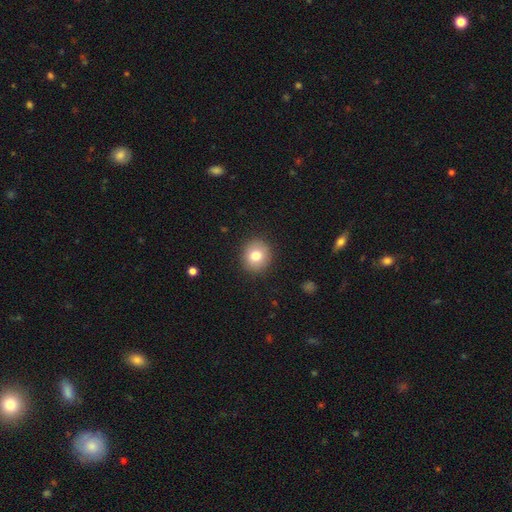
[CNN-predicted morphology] smooth_or_featured: smooth (p=0.78) [alt: featured or disk p=0.13]
how_rounded: round (p=0.85) [alt: in between p=0.14]
merging: none (p=0.90) [alt: minor disturbance p=0.07]